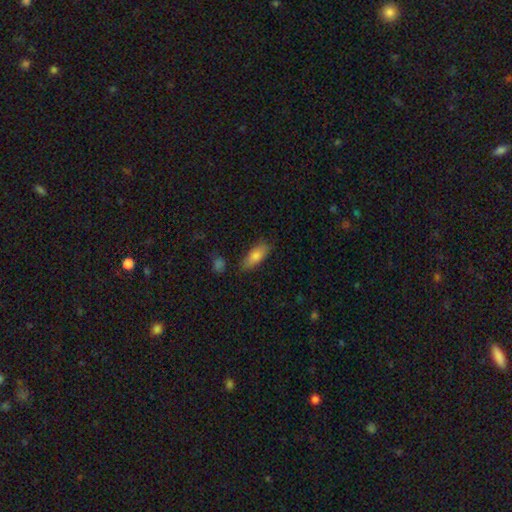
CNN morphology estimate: This appears to be a smooth galaxy with no disk features (80%) that is in between round and cigar-shaped (77%). Merging: none (75%).